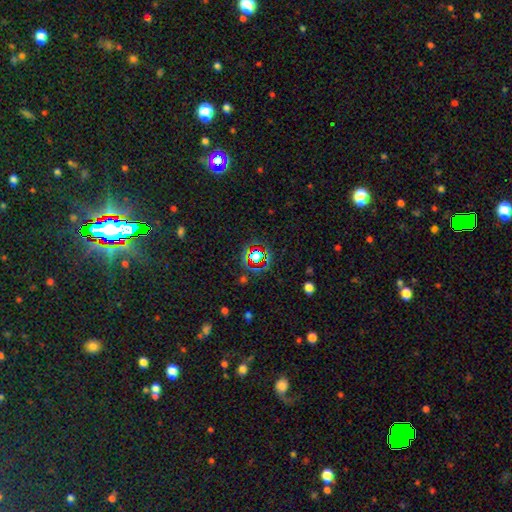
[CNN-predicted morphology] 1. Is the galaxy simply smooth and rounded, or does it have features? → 66% star or artifact, 22% smooth, 12% featured or disk.